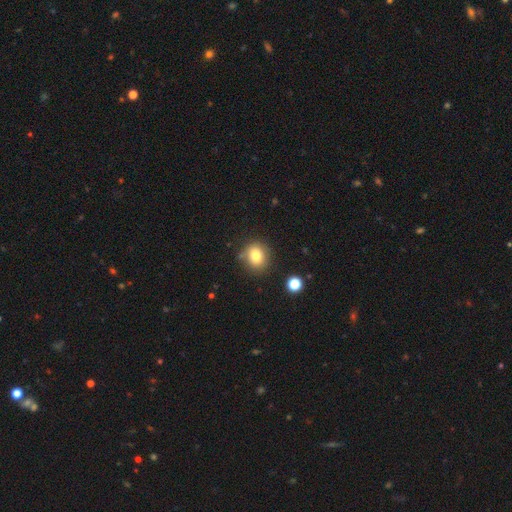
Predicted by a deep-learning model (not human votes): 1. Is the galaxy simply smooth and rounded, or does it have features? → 80% smooth, 11% star or artifact, 9% featured or disk.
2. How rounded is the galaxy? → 71% round, 28% in between, 1% cigar-shaped.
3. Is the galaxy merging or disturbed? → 79% none, 13% minor disturbance, 5% merger, 3% major disturbance.